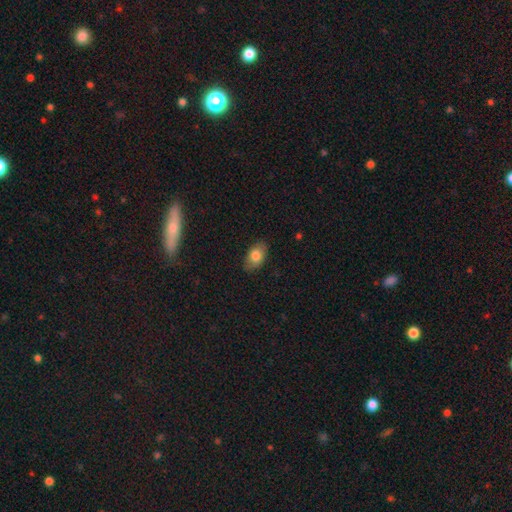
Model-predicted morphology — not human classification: Q: Smooth or featured?
A: smooth (81%); runner-up: featured or disk (11%)
Q: How rounded?
A: in between (89%); runner-up: round (9%)
Q: Merging?
A: none (83%); runner-up: minor disturbance (13%)